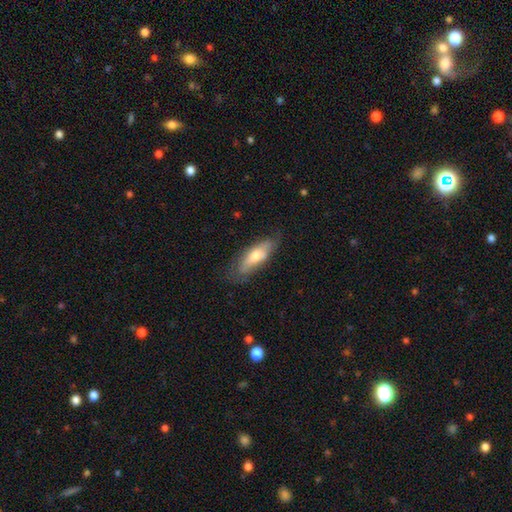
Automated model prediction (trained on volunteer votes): This is likely a smooth galaxy (62%). How rounded: possibly in between (54%). Merging: likely none (68%).